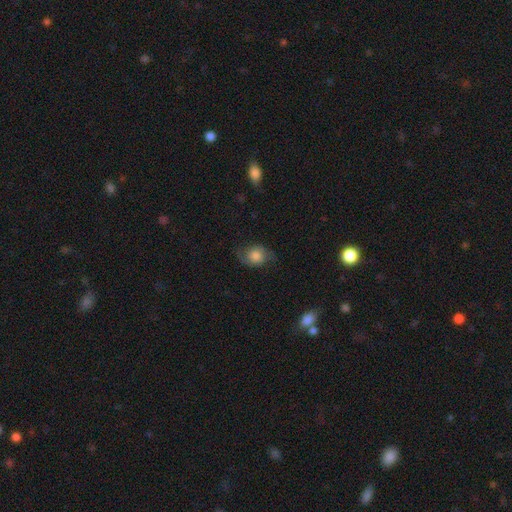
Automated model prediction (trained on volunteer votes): Morphology: type=smooth (49%); merging=none (67%).